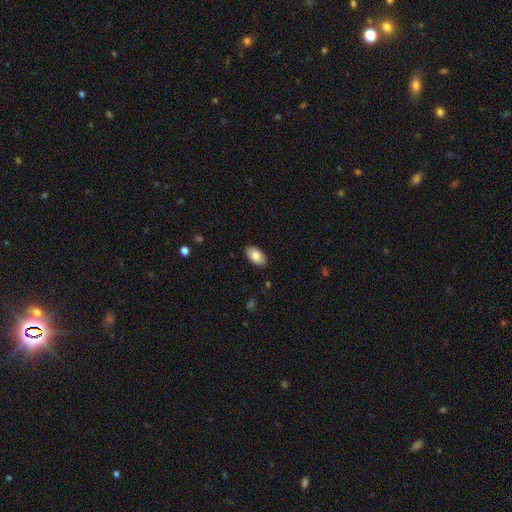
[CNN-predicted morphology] type=smooth (84%); roundness=in between (95%); merging=none (88%).